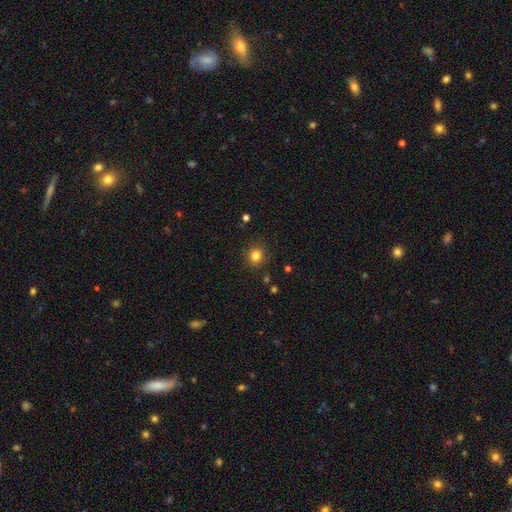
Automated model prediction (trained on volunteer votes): Smooth or featured? Predicted: smooth (p=0.82). How rounded? Predicted: round (p=0.81). Merging? Predicted: none (p=0.87).